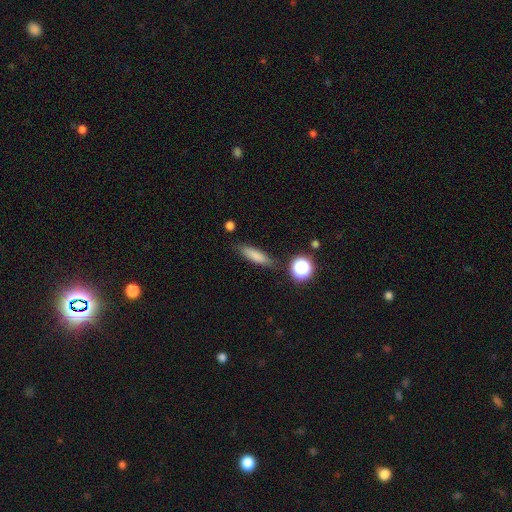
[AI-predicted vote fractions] A smooth galaxy with no disk features (79%) that is cigar-shaped (66%). Merging: none (82%).